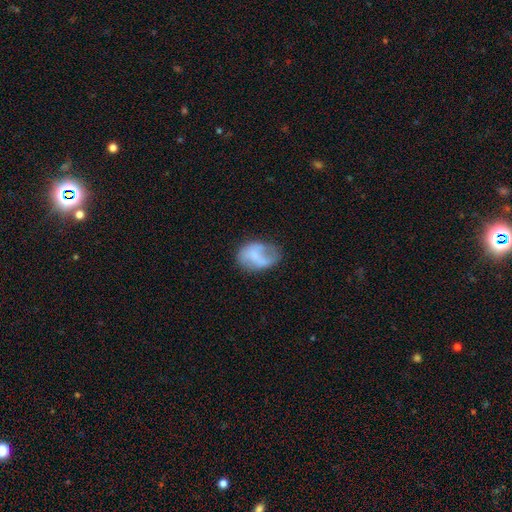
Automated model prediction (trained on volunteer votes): The model was most divided on "merging": none: 43%, minor disturbance: 30%, major disturbance: 22%, merger: 5%. More confident: how rounded — in between (77%); smooth or featured — smooth (55%).